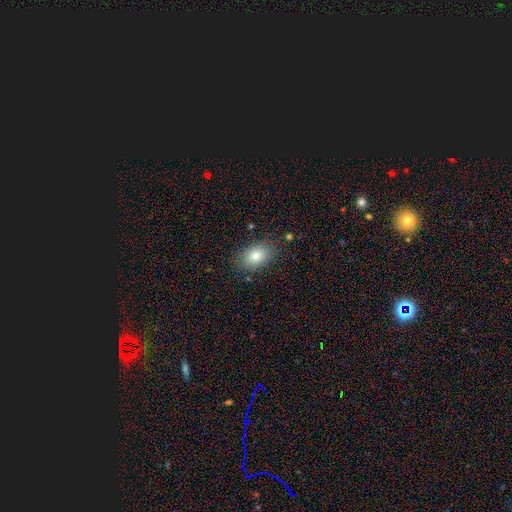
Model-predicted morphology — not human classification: Smooth or featured: smooth — 82% (featured or disk — 9%)
How rounded: in between — 85% (round — 13%)
Merging: none — 83% (minor disturbance — 12%)